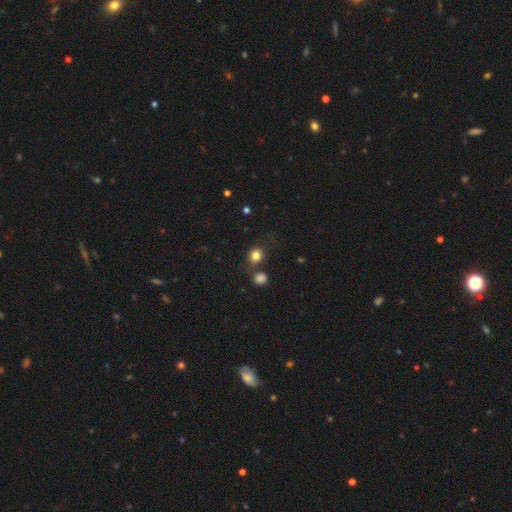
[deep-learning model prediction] This appears to be a smooth galaxy with no disk features (82%) that is round (82%). Merging: none (73%).